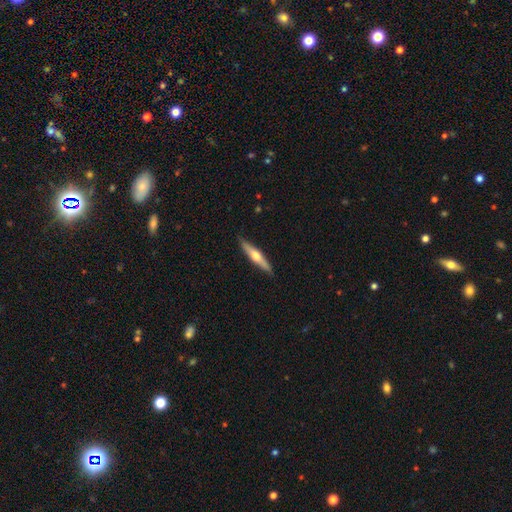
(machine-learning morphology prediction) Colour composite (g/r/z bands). It shows a featured or disk galaxy (55%) viewed edge-on (95%) with a rounded central bulge (91%). Merging: none (88%).